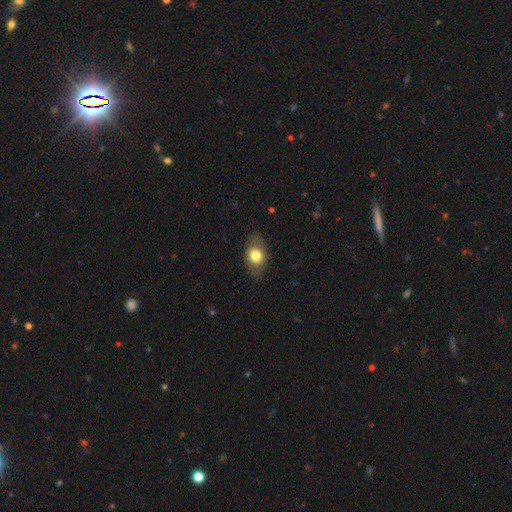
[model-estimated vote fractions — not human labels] This appears to be a smooth galaxy with no disk features (71%) that is in between round and cigar-shaped (79%). Merging: none (80%).